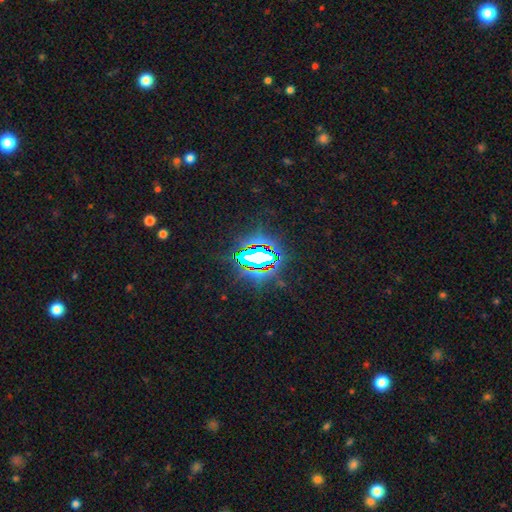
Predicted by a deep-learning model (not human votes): Smooth or featured? Predicted: star or artifact (p=0.76).